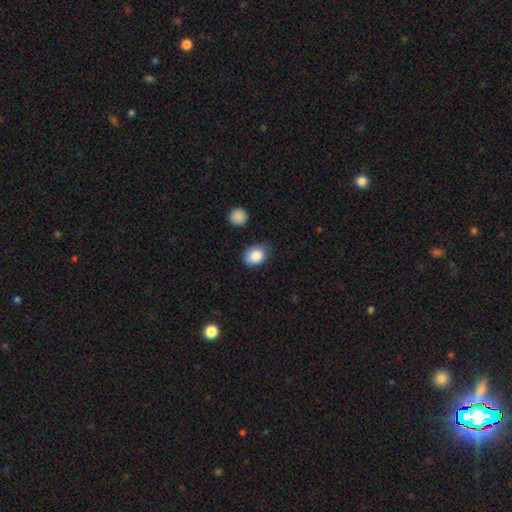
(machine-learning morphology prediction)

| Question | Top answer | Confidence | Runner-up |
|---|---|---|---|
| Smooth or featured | smooth | 85% | star or artifact (8%) |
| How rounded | in between | 71% | round (28%) |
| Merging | none | 71% | minor disturbance (22%) |